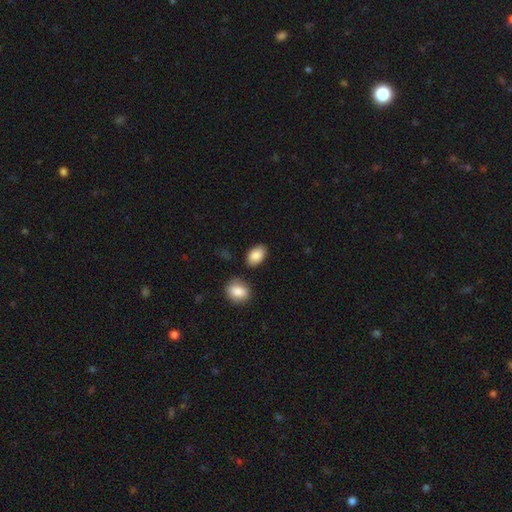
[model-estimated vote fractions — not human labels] Overall: smooth (87%). How rounded: in between (91%). Merging: none (81%).